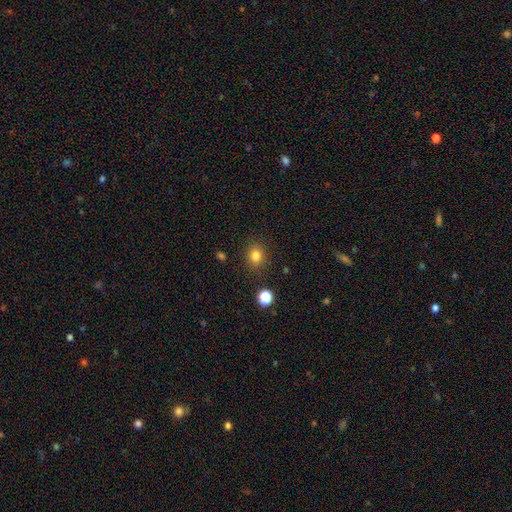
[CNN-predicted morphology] type=smooth (82%); roundness=round (69%); merging=none (87%).